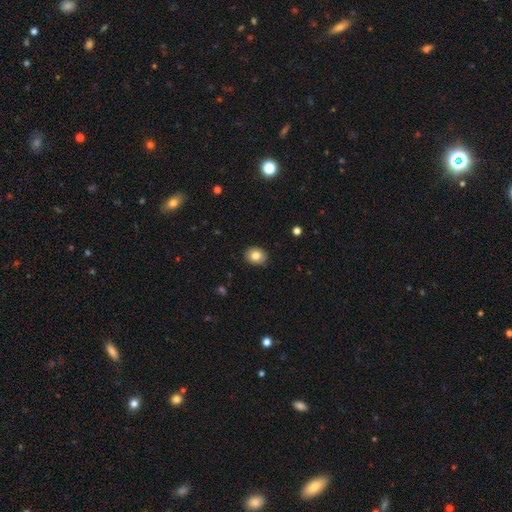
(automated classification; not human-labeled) Morphology: type=smooth (81%); roundness=in between (52%); merging=none (88%).